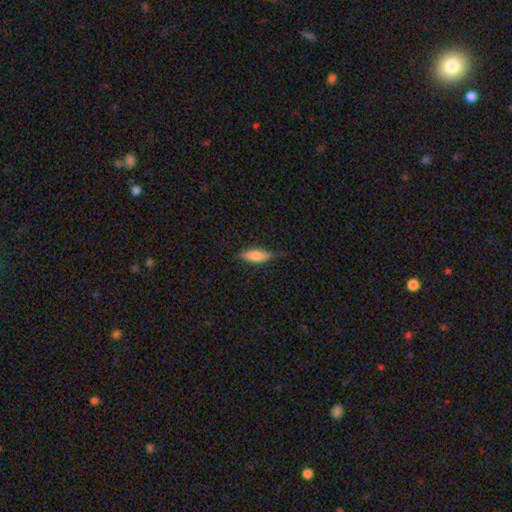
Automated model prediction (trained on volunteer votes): Morphology: type=smooth (71%); roundness=in between (50%); merging=none (80%).